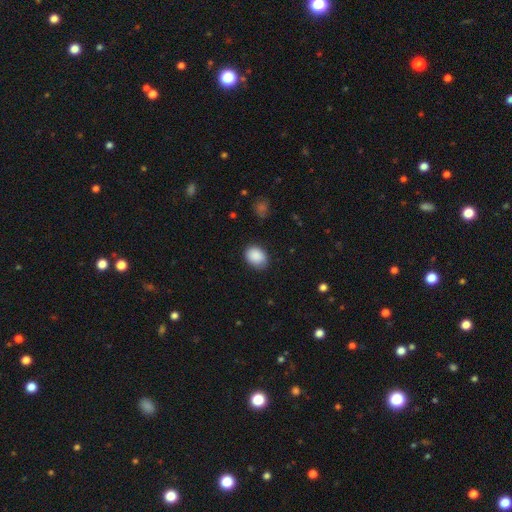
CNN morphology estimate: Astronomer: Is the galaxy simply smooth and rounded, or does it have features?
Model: smooth — 89%.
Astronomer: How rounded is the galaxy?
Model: in between — 60% (runner-up: round, 39%).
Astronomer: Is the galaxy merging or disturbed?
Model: none — 81%.